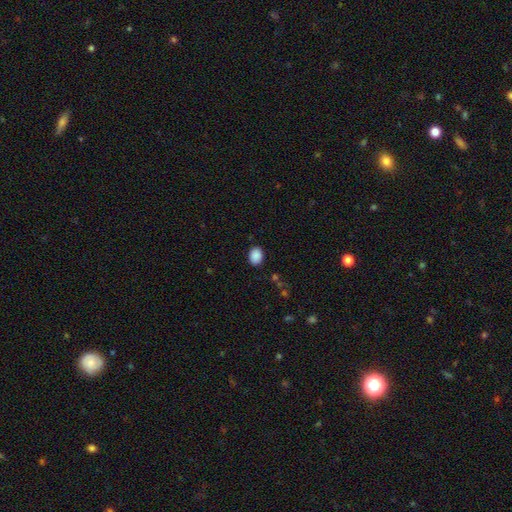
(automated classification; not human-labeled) smooth_or_featured: smooth (p=0.89) [alt: star or artifact p=0.08]
how_rounded: in between (p=0.65) [alt: round p=0.34]
merging: none (p=0.87) [alt: minor disturbance p=0.09]